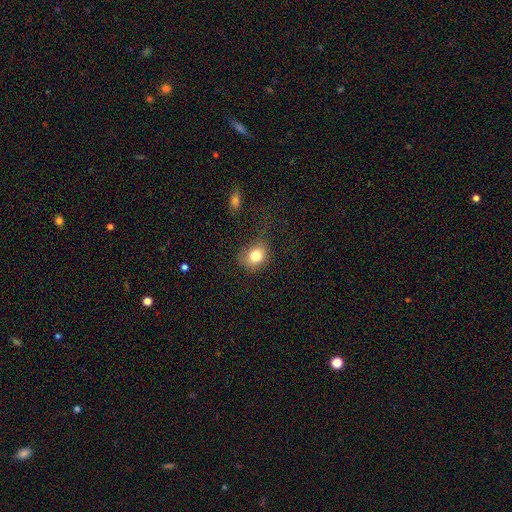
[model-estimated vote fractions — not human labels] The model was most divided on "how rounded": round: 52%, in between: 47%, cigar-shaped: 1%. More confident: smooth or featured — smooth (79%); merging — none (53%).